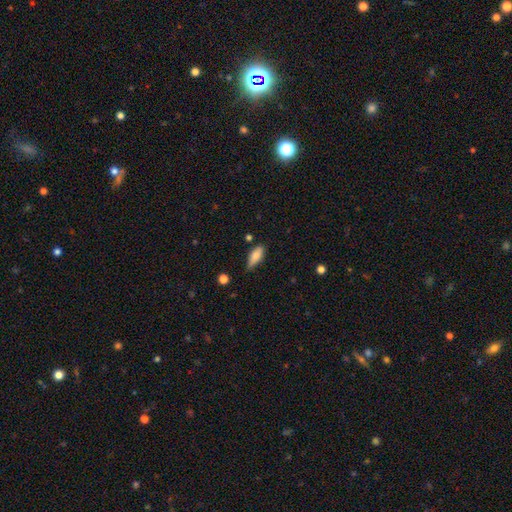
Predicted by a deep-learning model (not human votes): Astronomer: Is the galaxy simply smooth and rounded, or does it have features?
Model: smooth — 79%.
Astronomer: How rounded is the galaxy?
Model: in between — 71%.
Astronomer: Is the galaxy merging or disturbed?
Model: none — 61%.